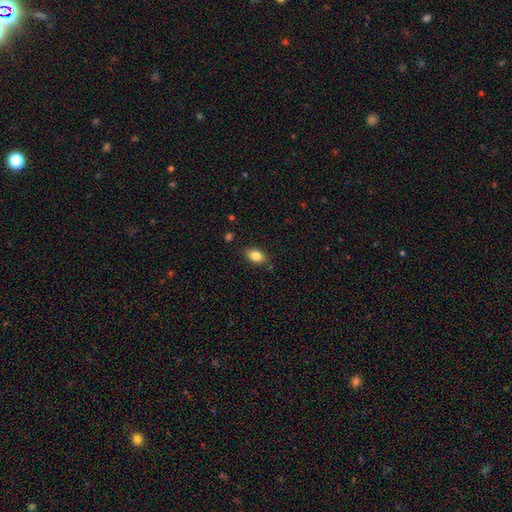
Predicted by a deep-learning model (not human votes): This appears to be a smooth galaxy with no disk features (84%) that is in between round and cigar-shaped (88%). Merging: none (84%).